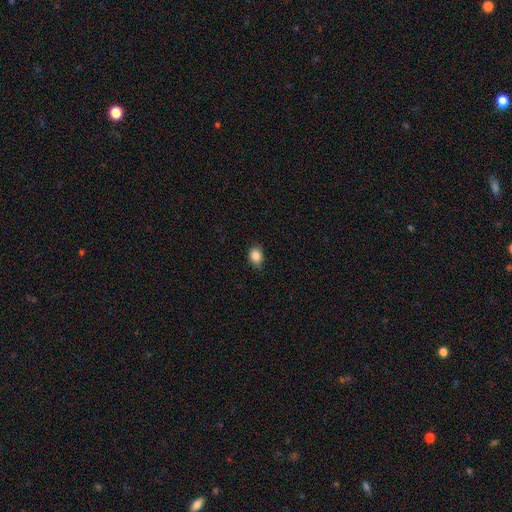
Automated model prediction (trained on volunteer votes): smooth 86%, star or artifact 9%, featured or disk 4%. Down the decision tree: how rounded — in between (52%); merging — none (76%).